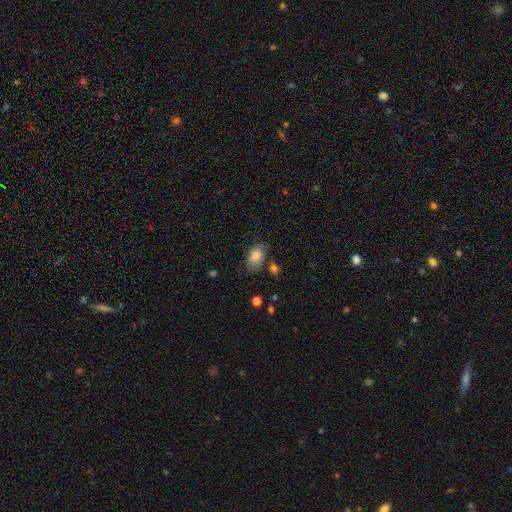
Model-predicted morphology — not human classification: smooth-or-featured: smooth: 82% | featured or disk: 10% | star or artifact: 8%
  how-rounded: in between: 88% | round: 11% | cigar-shaped: 2%
  merging: none: 65% | minor disturbance: 23% | major disturbance: 7% | merger: 5%